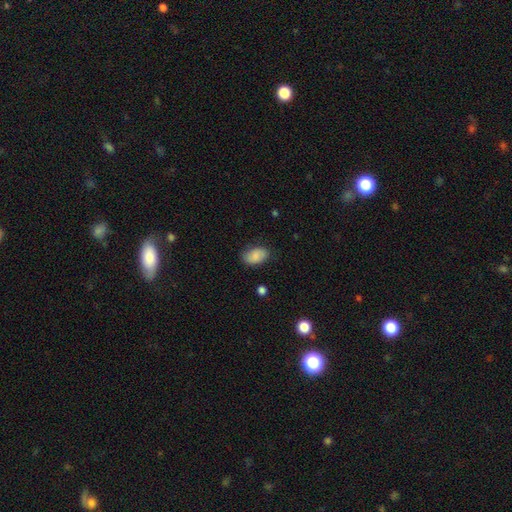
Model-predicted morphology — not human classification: smooth-or-featured: smooth: 85% | featured or disk: 8% | star or artifact: 7%
  how-rounded: in between: 90% | round: 9% | cigar-shaped: 1%
  merging: none: 78% | minor disturbance: 17% | major disturbance: 4% | merger: 1%